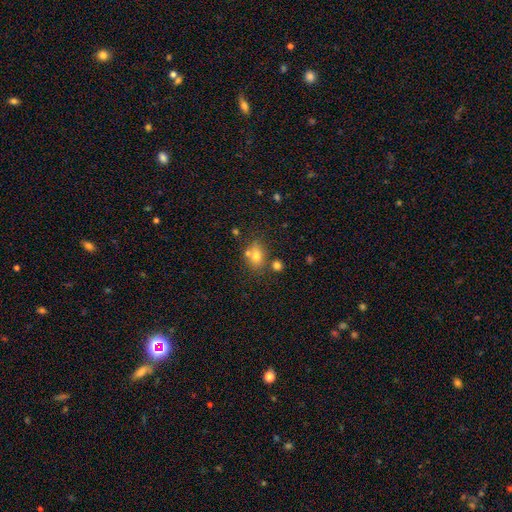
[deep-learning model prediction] This is likely a smooth galaxy (73%). How rounded: likely in between (60%). Merging: possibly none (58%).